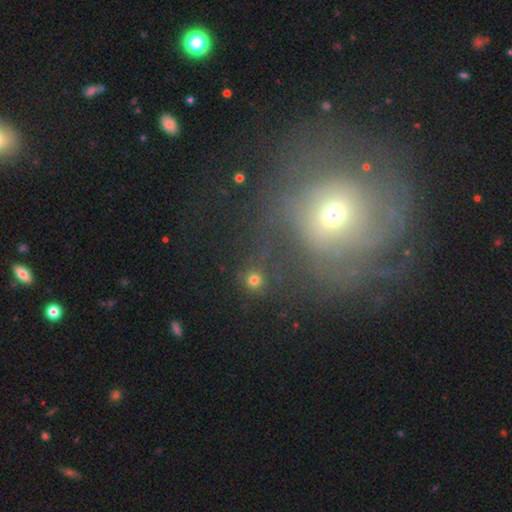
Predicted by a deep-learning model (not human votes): This is marginally a featured or disk galaxy (40%). Merging: possibly none (55%).